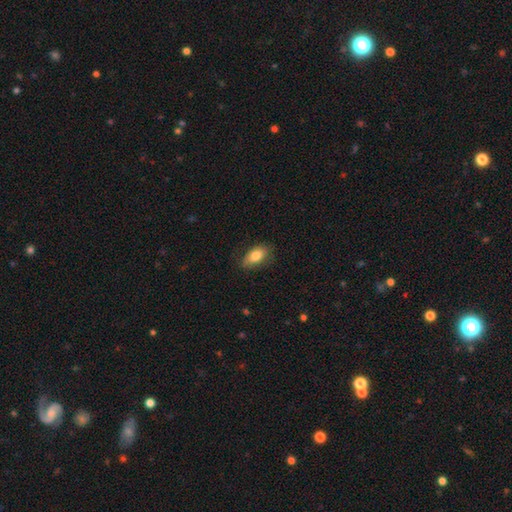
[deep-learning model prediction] smooth_or_featured: smooth (p=0.82) [alt: featured or disk p=0.12]
how_rounded: in between (p=0.89) [alt: cigar-shaped p=0.06]
merging: none (p=0.78) [alt: minor disturbance p=0.18]